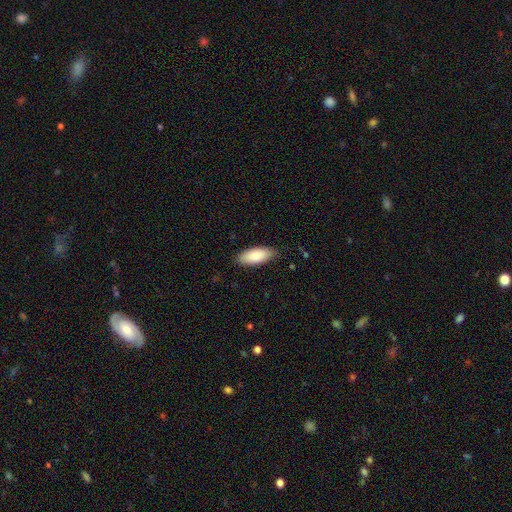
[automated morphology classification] Smooth or featured: smooth — 84% (featured or disk — 10%)
How rounded: in between — 84% (cigar-shaped — 14%)
Merging: none — 84% (minor disturbance — 13%)